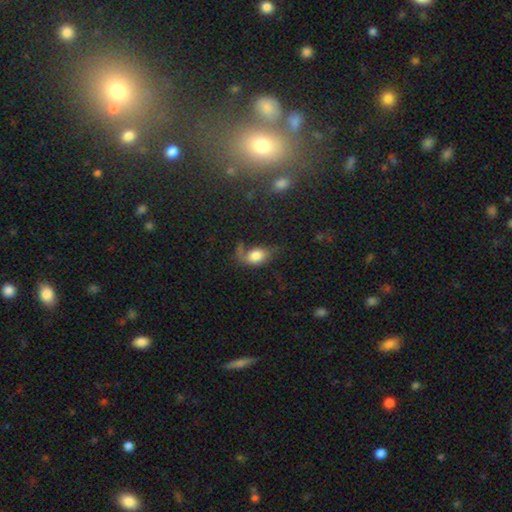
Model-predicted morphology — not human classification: smooth-or-featured: smooth: 71% | featured or disk: 19% | star or artifact: 9%
  how-rounded: in between: 79% | round: 19% | cigar-shaped: 3%
  merging: none: 33% | major disturbance: 31% | minor disturbance: 29% | merger: 7%